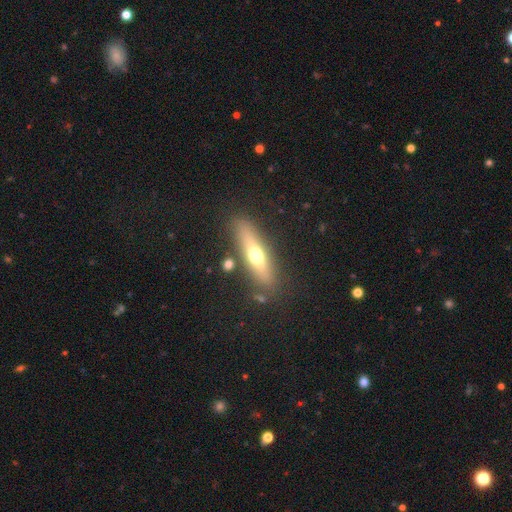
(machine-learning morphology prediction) smooth-or-featured: smooth: 49% | featured or disk: 44% | star or artifact: 8%
  merging: none: 82% | minor disturbance: 11% | merger: 4% | major disturbance: 4%